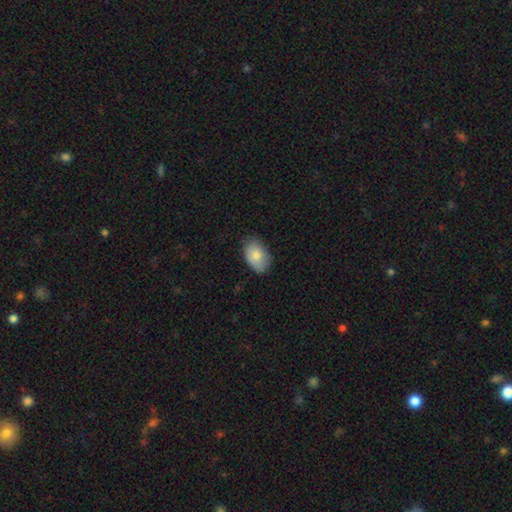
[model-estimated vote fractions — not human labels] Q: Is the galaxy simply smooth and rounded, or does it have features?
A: smooth — 81%.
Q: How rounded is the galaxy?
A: in between — 88%.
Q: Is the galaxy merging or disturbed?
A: none — 74%.